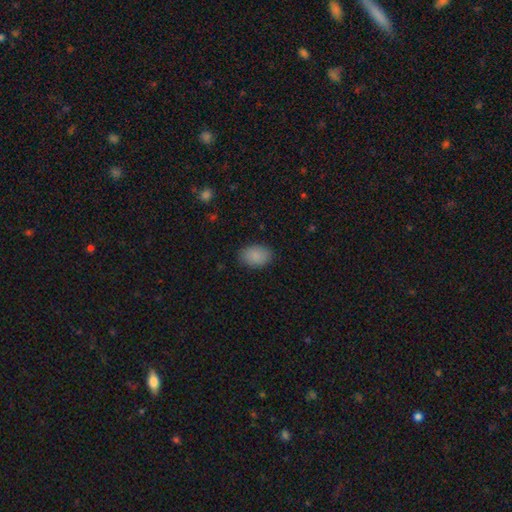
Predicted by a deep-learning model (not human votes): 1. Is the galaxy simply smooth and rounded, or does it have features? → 89% smooth, 7% star or artifact, 4% featured or disk.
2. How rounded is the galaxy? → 83% in between, 16% round, 1% cigar-shaped.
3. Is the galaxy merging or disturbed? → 86% none, 10% minor disturbance, 3% major disturbance, 1% merger.